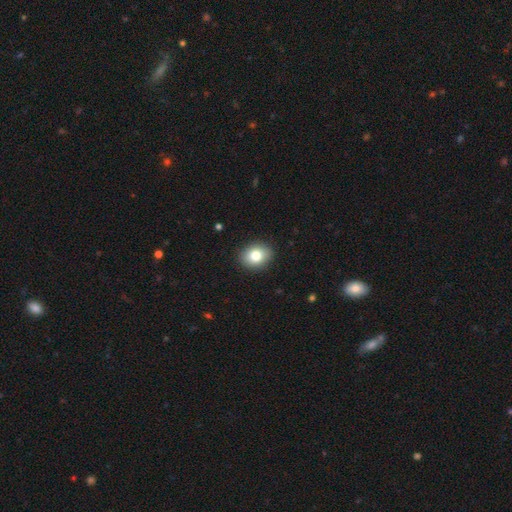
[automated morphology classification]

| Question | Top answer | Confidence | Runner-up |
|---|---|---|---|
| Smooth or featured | smooth | 81% | featured or disk (10%) |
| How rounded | in between | 56% | round (43%) |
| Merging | none | 90% | minor disturbance (7%) |